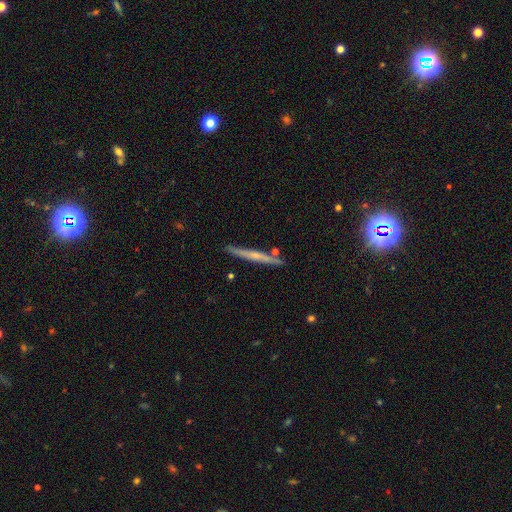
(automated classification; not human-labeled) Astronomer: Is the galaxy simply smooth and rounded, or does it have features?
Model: featured or disk — 54% (runner-up: smooth, 38%).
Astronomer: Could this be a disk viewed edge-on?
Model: yes — 97%.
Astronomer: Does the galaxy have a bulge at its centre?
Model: none — 59% (runner-up: rounded, 34%).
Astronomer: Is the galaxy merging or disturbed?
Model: none — 86%.